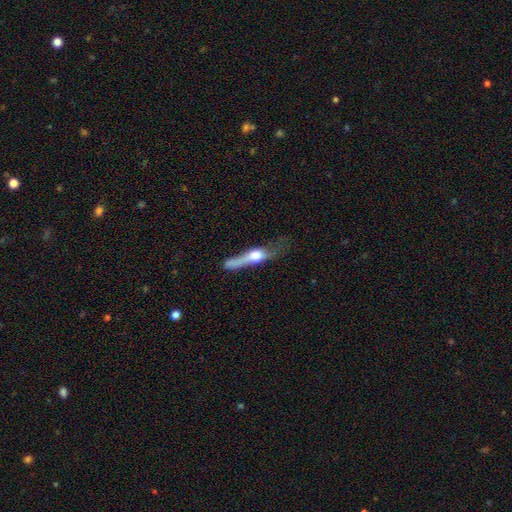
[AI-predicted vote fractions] Overall: smooth (50%; featured or disk 42%). How rounded: cigar-shaped (59%; in between 28%). Merging: major disturbance (44%; none 21%).